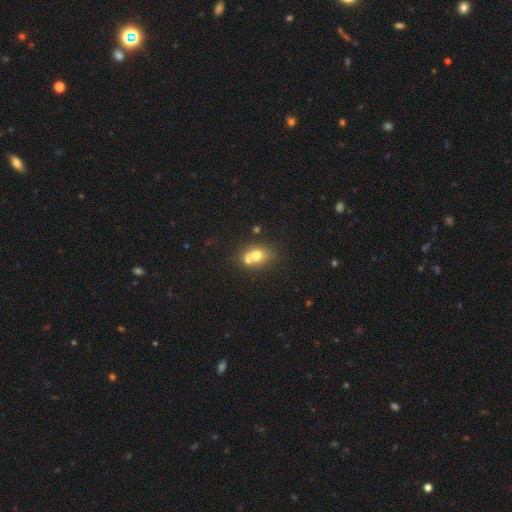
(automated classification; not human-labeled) Morphology: type=smooth (69%); roundness=in between (50%); merging=merger (49%).